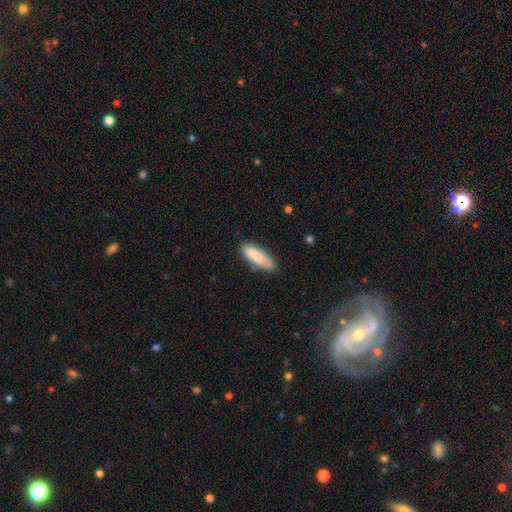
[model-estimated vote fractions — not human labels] Overall: smooth (83%). How rounded: in between (53%; cigar-shaped 45%). Merging: none (71%).